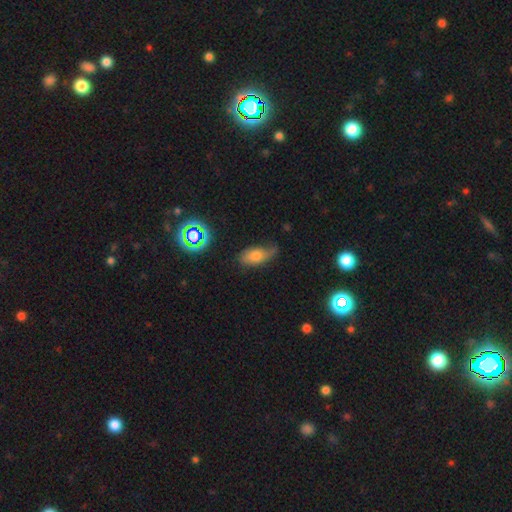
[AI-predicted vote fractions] Smooth or featured? Predicted: smooth (p=0.68). How rounded? Predicted: in between (p=0.87). Merging? Predicted: none (p=0.47).